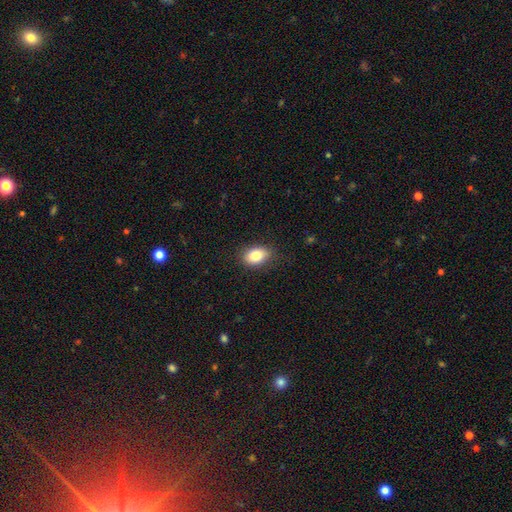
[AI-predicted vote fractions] A smooth galaxy with no disk features (83%) that is in between round and cigar-shaped (80%).

Vote fractions:
- Smooth or featured? smooth: 83% / featured or disk: 9% / star or artifact: 8%
- How rounded? in between: 80% / round: 19% / cigar-shaped: 1%
- Merging? none: 84% / minor disturbance: 12% / major disturbance: 3% / merger: 1%